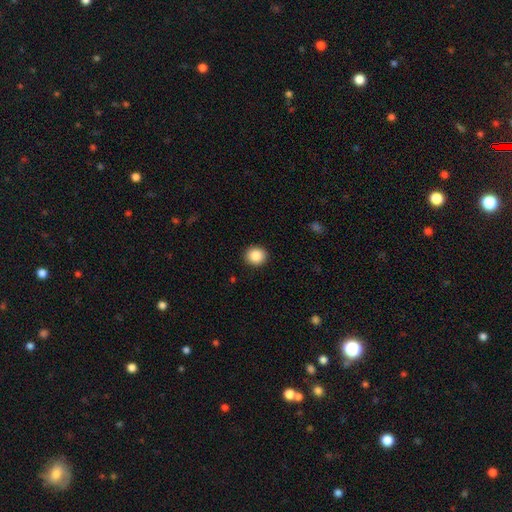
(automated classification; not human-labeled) smooth_or_featured: smooth (p=0.88) [alt: star or artifact p=0.09]
how_rounded: round (p=0.85) [alt: in between p=0.14]
merging: none (p=0.91) [alt: minor disturbance p=0.06]